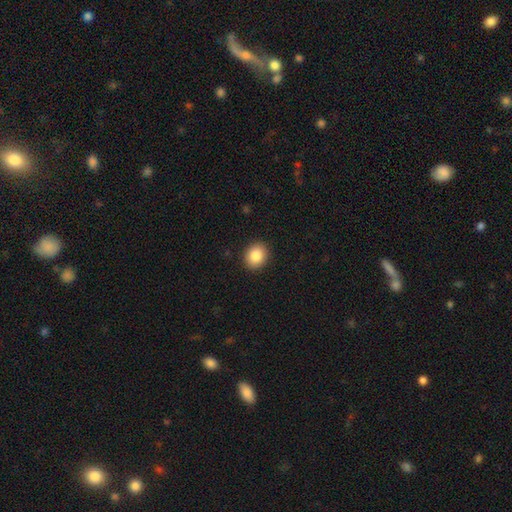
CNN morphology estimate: Smooth or featured: smooth — 86% (star or artifact — 8%)
How rounded: round — 66% (in between — 33%)
Merging: none — 91% (minor disturbance — 6%)